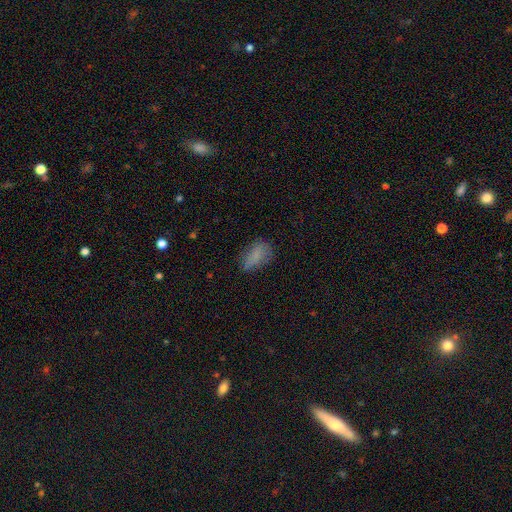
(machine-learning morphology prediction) The model was most divided on "merging": none: 60%, minor disturbance: 27%, major disturbance: 11%, merger: 2%. More confident: how rounded — in between (87%); smooth or featured — smooth (76%).